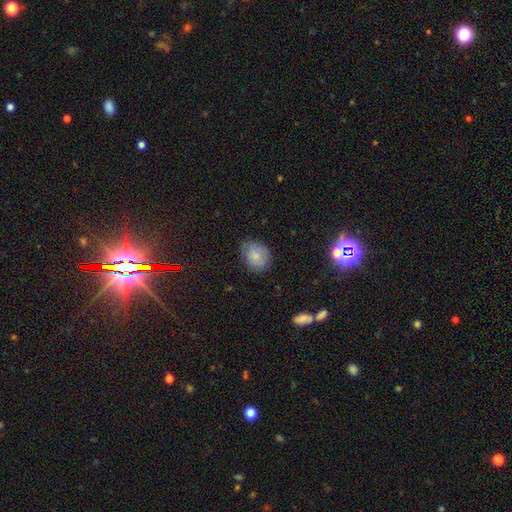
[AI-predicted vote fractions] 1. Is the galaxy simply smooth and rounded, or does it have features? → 78% smooth, 13% featured or disk, 9% star or artifact.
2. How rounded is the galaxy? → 50% in between, 49% round, 1% cigar-shaped.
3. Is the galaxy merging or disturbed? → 72% none, 21% minor disturbance, 5% major disturbance, 1% merger.